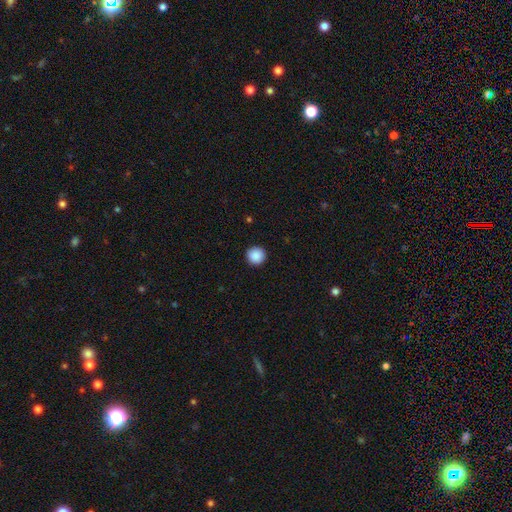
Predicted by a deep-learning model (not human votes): A smooth galaxy with no disk features (89%) that is round (96%). Merging: none (93%).